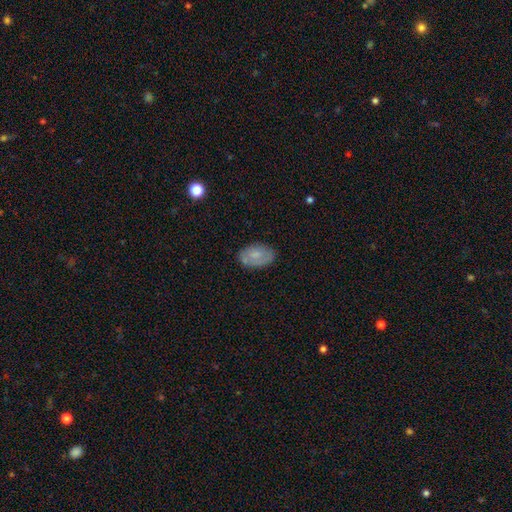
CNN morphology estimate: Smooth or featured?
  - smooth: 70% *
  - featured or disk: 22%
  - star or artifact: 8%
How rounded?
  - in between: 90% *
  - round: 8%
  - cigar-shaped: 1%
Merging?
  - none: 75% *
  - minor disturbance: 18%
  - major disturbance: 4%
  - merger: 3%